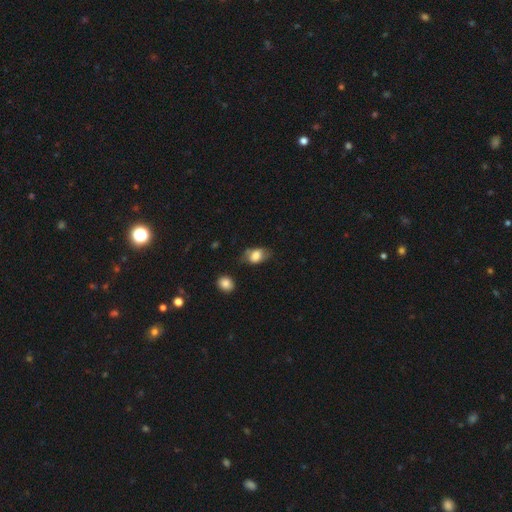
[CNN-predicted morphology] Q: Smooth or featured?
A: smooth (76%); runner-up: featured or disk (15%)
Q: How rounded?
A: in between (86%); runner-up: round (12%)
Q: Merging?
A: none (62%); runner-up: minor disturbance (26%)